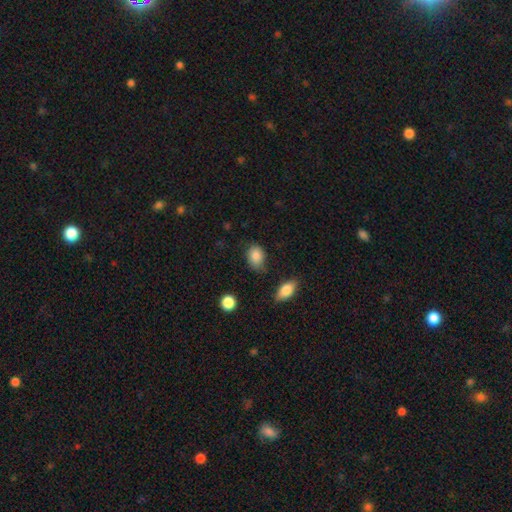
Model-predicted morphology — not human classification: This is clearly a smooth galaxy (85%). How rounded: likely in between (71%). Merging: likely none (65%).